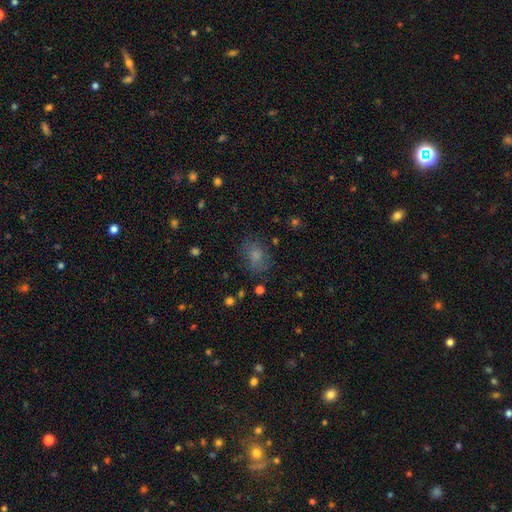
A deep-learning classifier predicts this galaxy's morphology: A smooth galaxy with no disk features (72%) that is in between round and cigar-shaped (68%).

Vote fractions:
- Smooth or featured? smooth: 72% / star or artifact: 14% / featured or disk: 14%
- How rounded? in between: 68% / round: 31% / cigar-shaped: 2%
- Merging? none: 68% / minor disturbance: 20% / major disturbance: 10% / merger: 2%